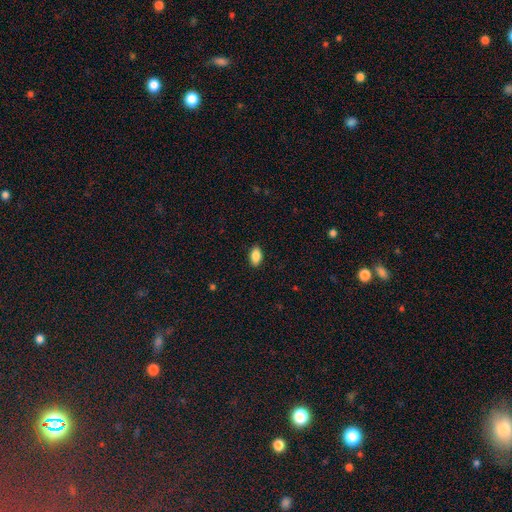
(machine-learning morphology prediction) A smooth galaxy with no disk features (87%) that is in between round and cigar-shaped (92%).

Vote fractions:
- Smooth or featured? smooth: 87% / star or artifact: 7% / featured or disk: 5%
- How rounded? in between: 92% / round: 5% / cigar-shaped: 4%
- Merging? none: 89% / minor disturbance: 8% / major disturbance: 2% / merger: 1%